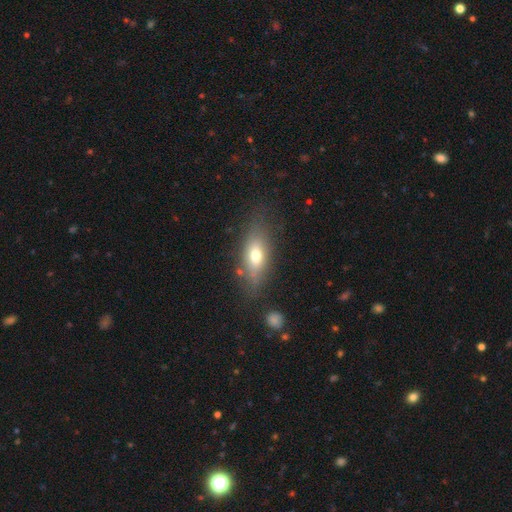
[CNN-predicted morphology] Smooth or featured?
  - smooth: 65% *
  - featured or disk: 26%
  - star or artifact: 9%
How rounded?
  - in between: 73% *
  - cigar-shaped: 21%
  - round: 6%
Merging?
  - none: 72% *
  - minor disturbance: 17%
  - major disturbance: 7%
  - merger: 4%